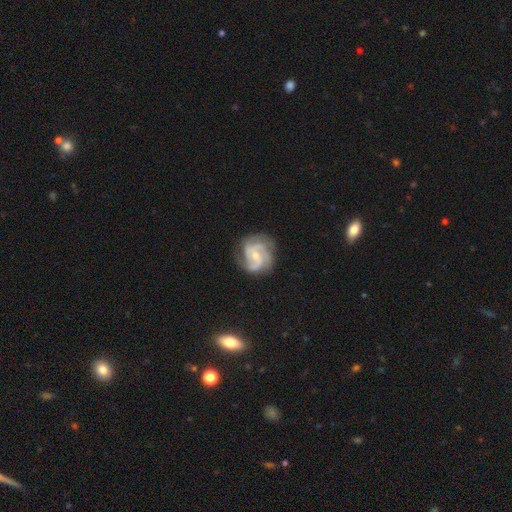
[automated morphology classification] This is clearly a featured or disk galaxy (87%). It is clearly not viewed edge-on (98%). Bar: possibly no (51%). Spiral arm pattern: clearly yes (97%). Spiral arm count: possibly 3 (51%). Spiral winding: possibly medium (48%). Central bulge: possibly small (58%). Merging: likely none (71%).